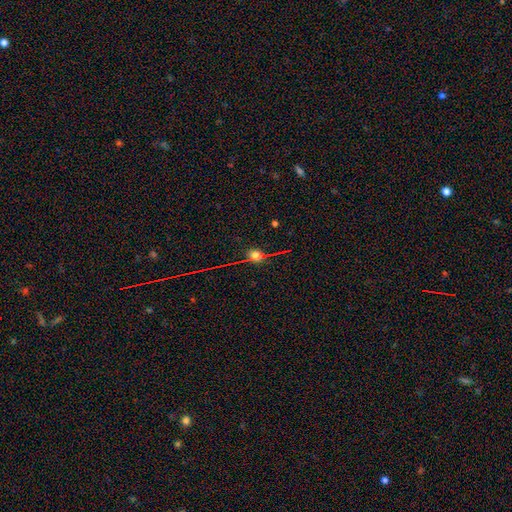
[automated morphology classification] type=star or artifact (43%).